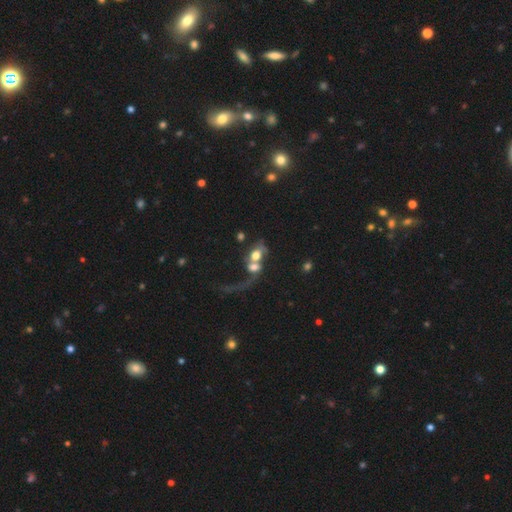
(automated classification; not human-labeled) Smooth or featured? smooth (49%)
Merging? merger (69%)